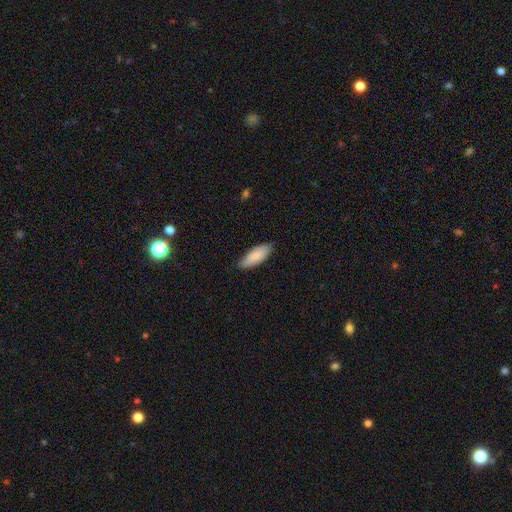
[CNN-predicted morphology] A smooth galaxy with no disk features (84%) that is in between round and cigar-shaped (77%).

Vote fractions:
- Smooth or featured? smooth: 84% / featured or disk: 11% / star or artifact: 6%
- How rounded? in between: 77% / cigar-shaped: 22% / round: 2%
- Merging? none: 80% / minor disturbance: 16% / major disturbance: 2% / merger: 1%